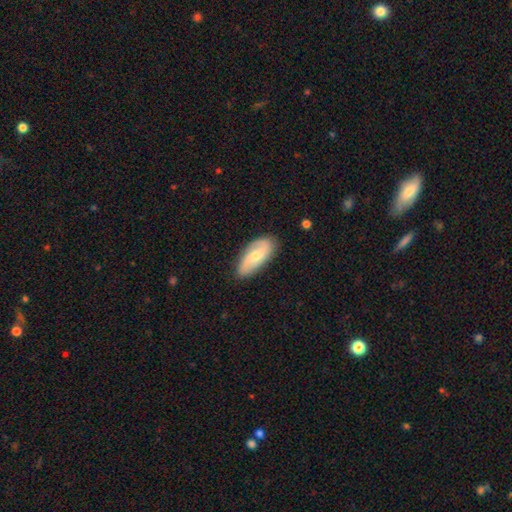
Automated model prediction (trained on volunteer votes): smooth-or-featured: featured or disk: 56% | smooth: 38% | star or artifact: 6%
  disk-edge-on: no: 90% | yes: 10%
    bar: no: 42% | weak: 41% | strong: 16%
    has-spiral-arms: yes: 85% | no: 15%
    bulge-size: small: 53% | moderate: 41% | none: 2% | large: 2% | dominant: 1%
  merging: none: 82% | minor disturbance: 14% | major disturbance: 3% | merger: 1%